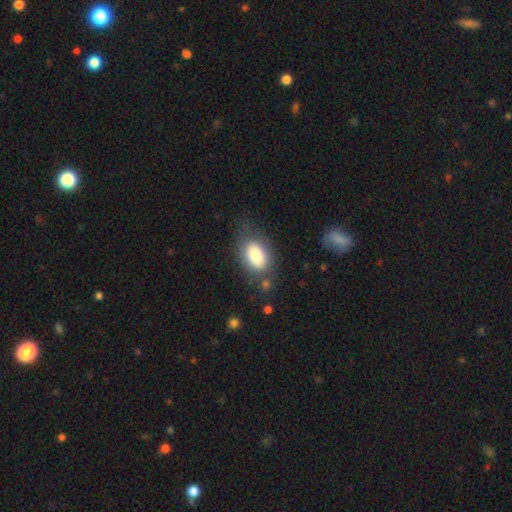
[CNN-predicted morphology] Smooth or featured: smooth — 85% (featured or disk — 8%)
How rounded: in between — 89% (round — 10%)
Merging: none — 68% (minor disturbance — 19%)